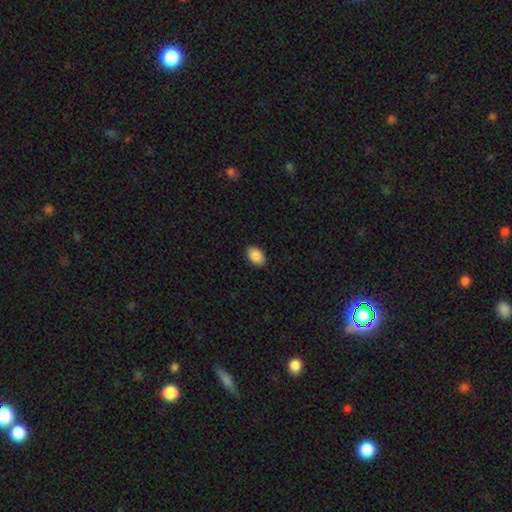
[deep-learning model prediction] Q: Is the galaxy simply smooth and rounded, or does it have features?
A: smooth — 88%.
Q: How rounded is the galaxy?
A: in between — 90%.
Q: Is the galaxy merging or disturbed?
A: none — 90%.